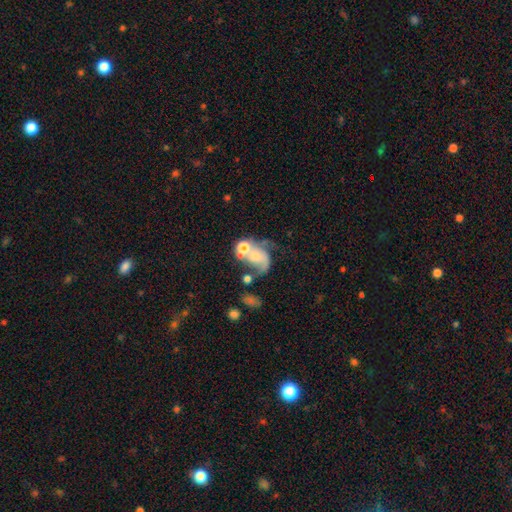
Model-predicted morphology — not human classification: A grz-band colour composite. It shows a featured or disk galaxy (55%) with no bar (75%), spiral arms (72%) and a small central bulge (36%). Merging: merger (39%).